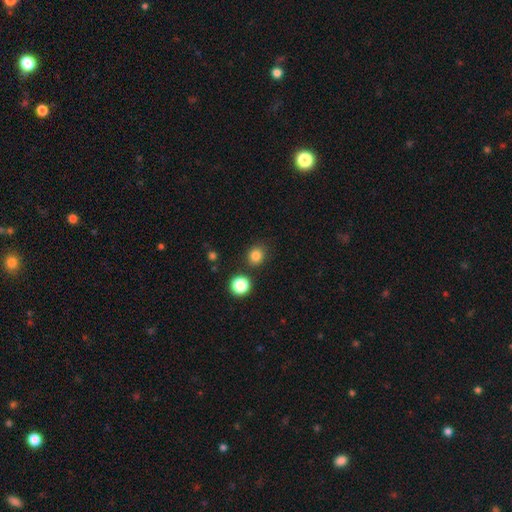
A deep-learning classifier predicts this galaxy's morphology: This appears to be a smooth galaxy with no disk features (82%) that is round (82%). Merging: none (83%).